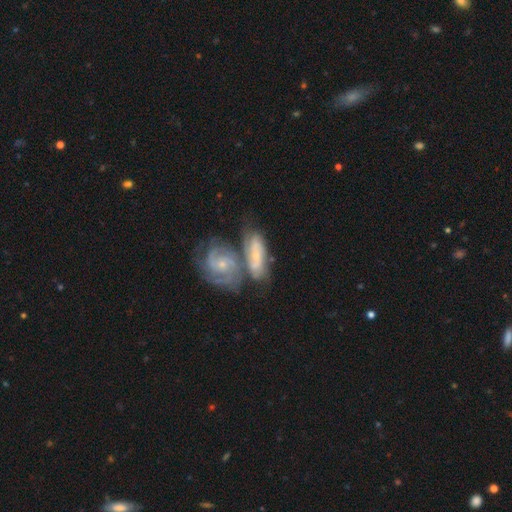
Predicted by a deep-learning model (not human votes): This is likely a featured or disk galaxy (74%). It is clearly not viewed edge-on (92%). Bar: possibly no (60%). Spiral arm pattern: clearly yes (91%). Spiral arm count: marginally can't tell (33%, tied with 2). Spiral winding: possibly tight (59%). Central bulge: likely small (72%). Merging: possibly merger (56%).